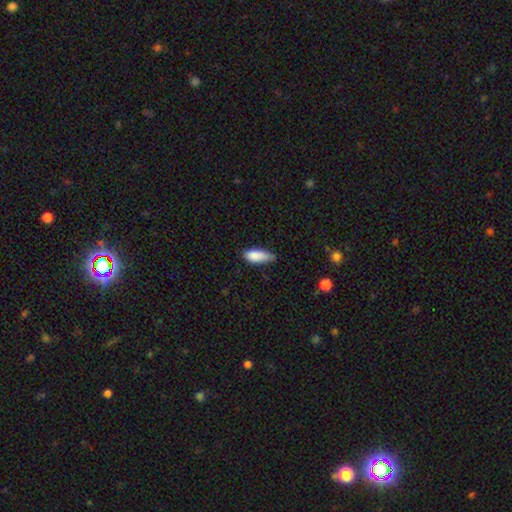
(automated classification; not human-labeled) smooth 86%, featured or disk 7%, star or artifact 7%. Down the decision tree: how rounded — in between (74%); merging — none (51%).